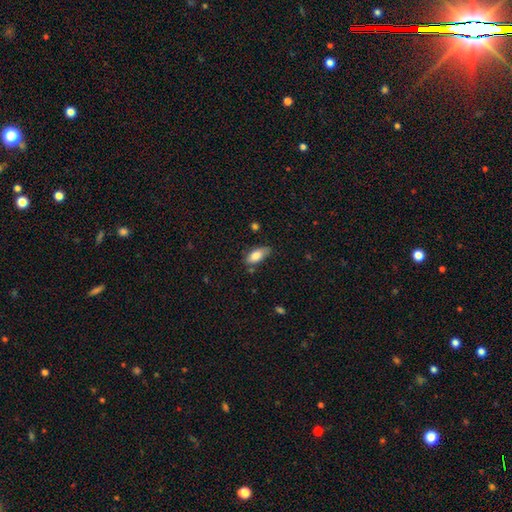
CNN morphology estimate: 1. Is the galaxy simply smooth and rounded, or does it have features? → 81% smooth, 12% featured or disk, 7% star or artifact.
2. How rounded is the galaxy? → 86% in between, 11% cigar-shaped, 3% round.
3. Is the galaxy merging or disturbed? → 63% none, 28% minor disturbance, 6% major disturbance, 4% merger.